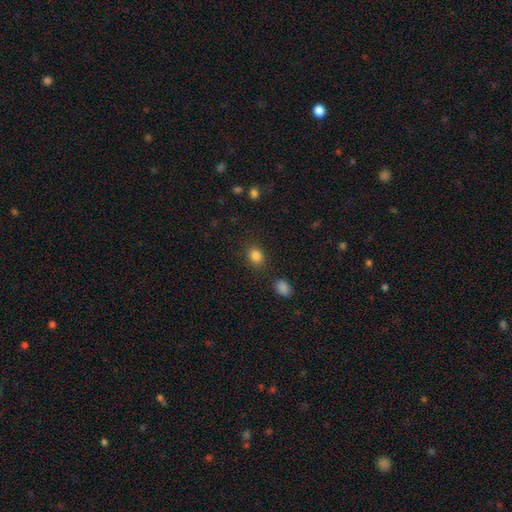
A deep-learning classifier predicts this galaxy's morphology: Smooth or featured? Predicted: smooth (p=0.85). How rounded? Predicted: in between (p=0.55). Merging? Predicted: none (p=0.82).